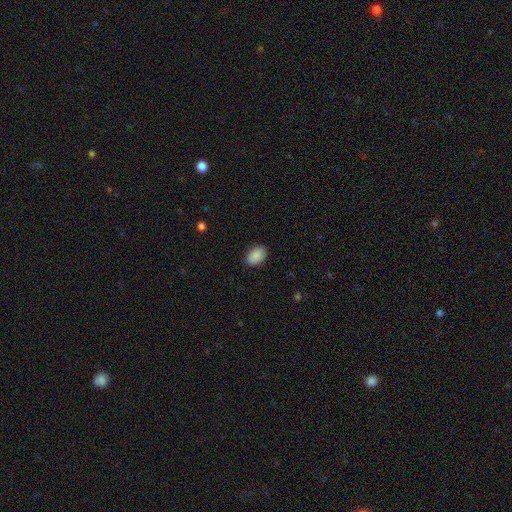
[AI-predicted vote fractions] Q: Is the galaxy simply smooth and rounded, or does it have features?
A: smooth — 89%.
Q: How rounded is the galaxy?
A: in between — 87%.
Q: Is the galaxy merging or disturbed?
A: none — 87%.